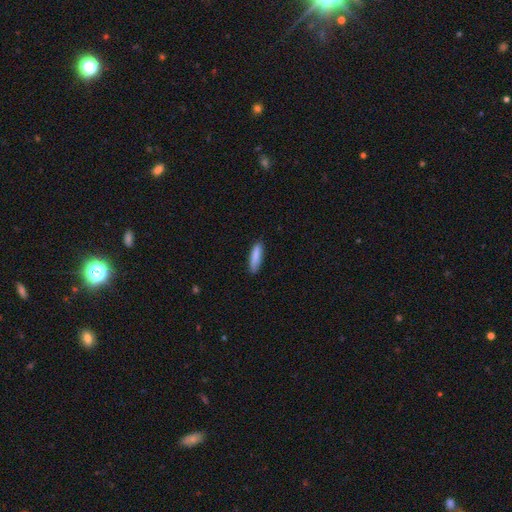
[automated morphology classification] A smooth galaxy with no disk features (85%) that is cigar-shaped (70%).

Vote fractions:
- Smooth or featured? smooth: 85% / featured or disk: 9% / star or artifact: 6%
- How rounded? cigar-shaped: 70% / in between: 29% / round: 1%
- Merging? none: 80% / minor disturbance: 16% / major disturbance: 3% / merger: 1%